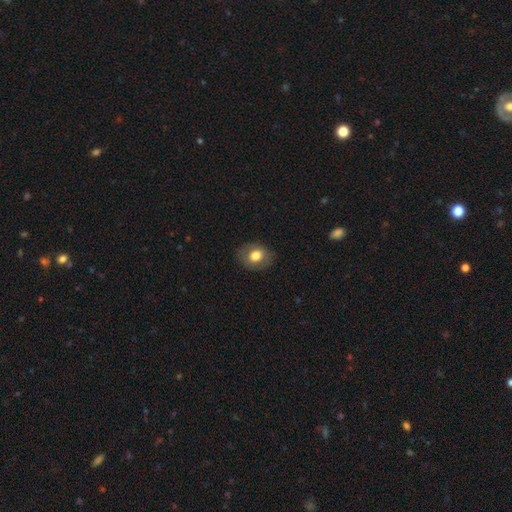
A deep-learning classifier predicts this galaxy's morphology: smooth 75%, featured or disk 17%, star or artifact 8%. Down the decision tree: how rounded — in between (53%); merging — none (83%).